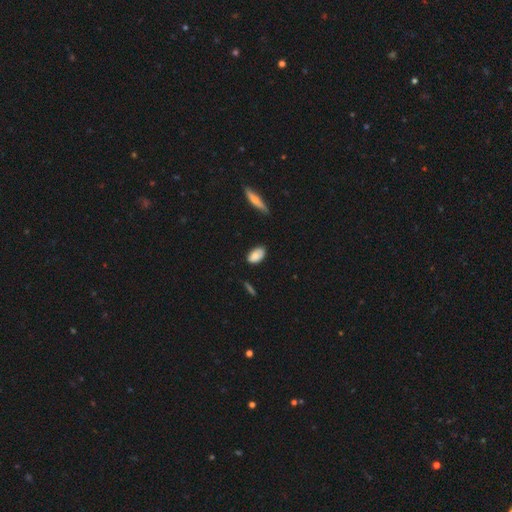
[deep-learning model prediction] smooth 81%, featured or disk 12%, star or artifact 7%. Down the decision tree: how rounded — in between (93%); merging — none (74%).